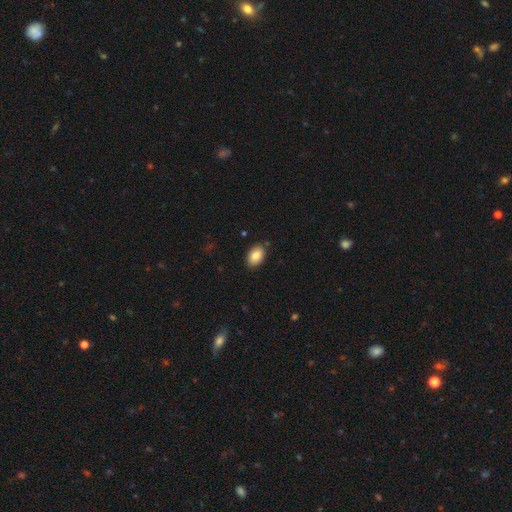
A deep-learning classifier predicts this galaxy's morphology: Smooth or featured? Predicted: smooth (p=0.87). How rounded? Predicted: in between (p=0.89). Merging? Predicted: none (p=0.85).